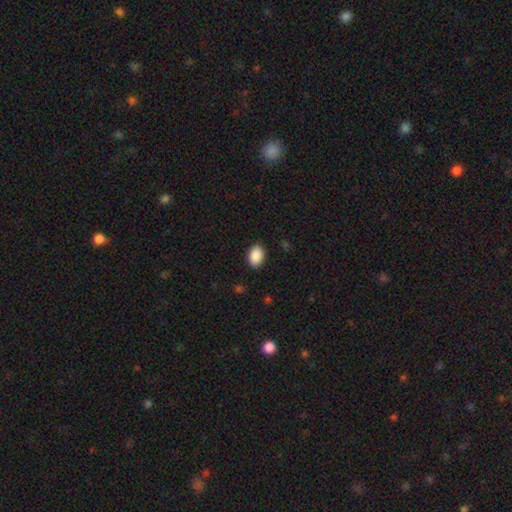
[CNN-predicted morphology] A smooth galaxy with no disk features (90%) that is in between round and cigar-shaped (83%). Merging: none (89%).